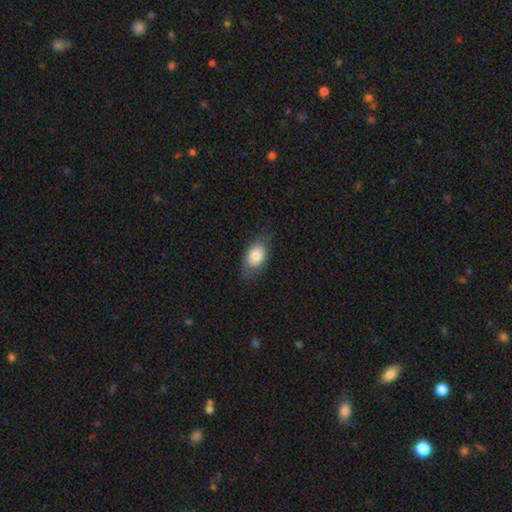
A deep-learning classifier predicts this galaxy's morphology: This appears to be a smooth galaxy with no disk features (80%) that is in between round and cigar-shaped (83%). Merging: none (73%).